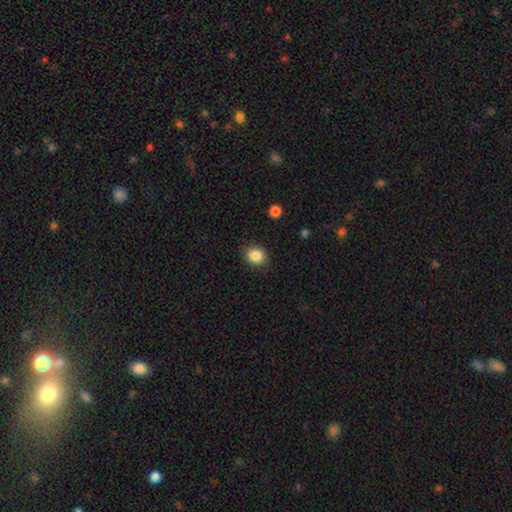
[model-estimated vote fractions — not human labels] A smooth galaxy with no disk features (86%) that is round (65%).

Vote fractions:
- Smooth or featured? smooth: 86% / star or artifact: 9% / featured or disk: 5%
- How rounded? round: 65% / in between: 34% / cigar-shaped: 1%
- Merging? none: 86% / minor disturbance: 11% / major disturbance: 3% / merger: 1%